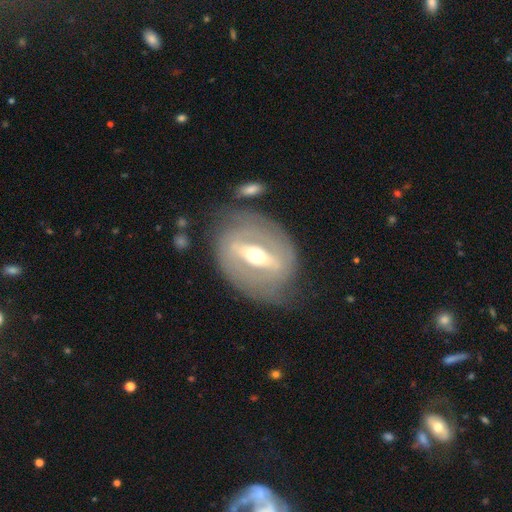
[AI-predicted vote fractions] This is clearly a featured or disk galaxy (80%). It is clearly not viewed edge-on (87%). Bar: likely strong (67%). Spiral arm pattern: possibly yes (57%). Central bulge: likely moderate (71%). Merging: likely none (70%).